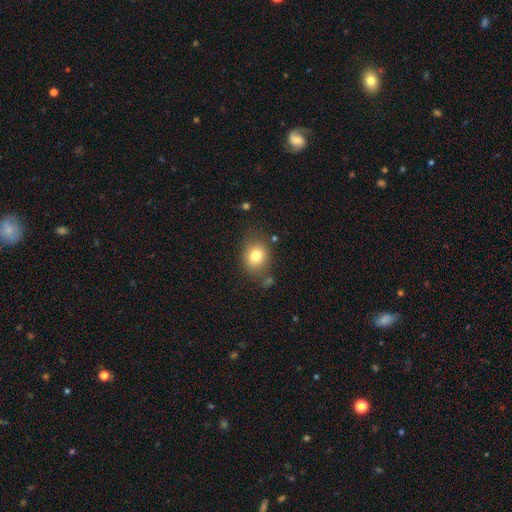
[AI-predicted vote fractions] This appears to be a smooth galaxy with no disk features (79%) that is round (59%). Merging: none (73%).